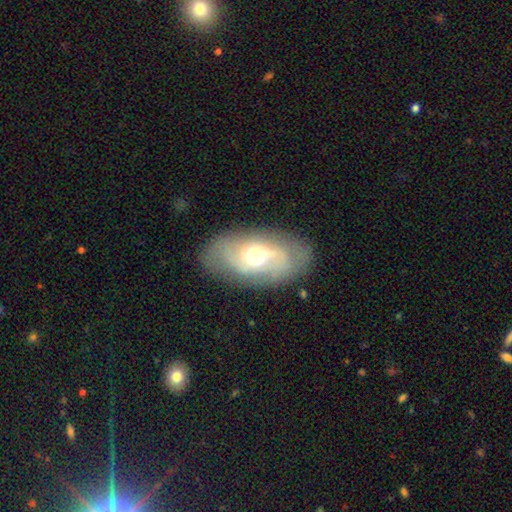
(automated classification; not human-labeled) The model was most divided on "bar": no: 50%, weak: 40%, strong: 10%. More confident: edge-on disk — no (92%); merging — none (77%); spiral arms — yes (76%); smooth or featured — featured or disk (62%); bulge size — moderate (59%).